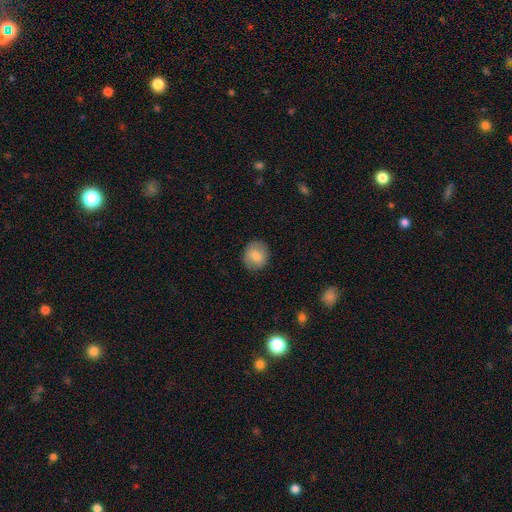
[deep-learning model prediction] Smooth or featured? Predicted: smooth (p=0.77). How rounded? Predicted: round (p=0.78). Merging? Predicted: none (p=0.85).